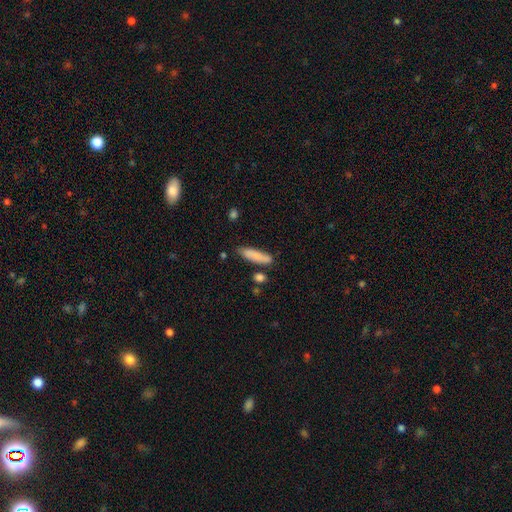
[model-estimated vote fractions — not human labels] Smooth or featured? Predicted: smooth (p=0.84). How rounded? Predicted: cigar-shaped (p=0.67). Merging? Predicted: none (p=0.75).